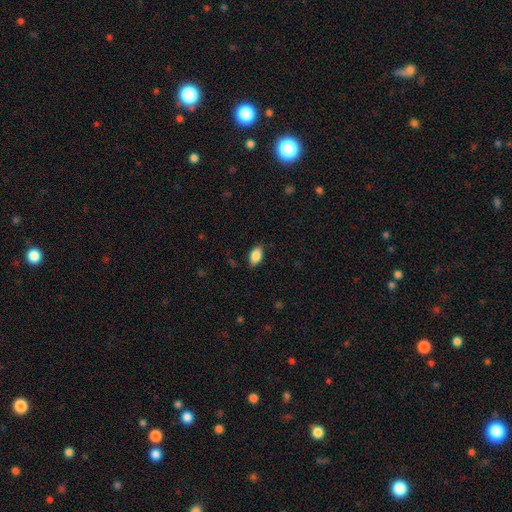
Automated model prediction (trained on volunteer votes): Smooth or featured? smooth (85%)
How rounded? in between (91%)
Merging? none (84%)